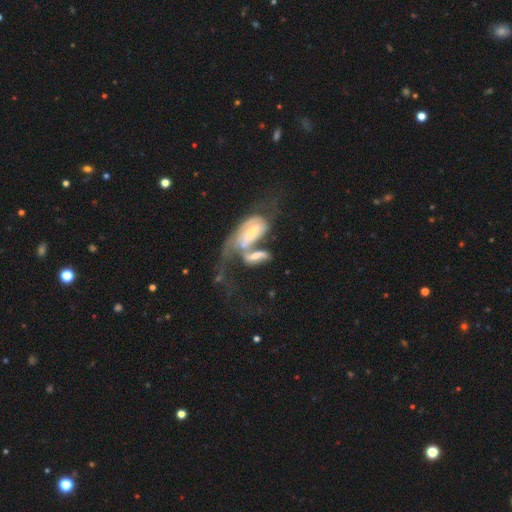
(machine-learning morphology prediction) Smooth or featured? Predicted: featured or disk (p=0.59). Edge-on disk? Predicted: no (p=0.86). Bar? Predicted: no (p=0.56). Spiral arms? Predicted: yes (p=0.69). Bulge size? Predicted: small (p=0.51). Merging? Predicted: merger (p=0.68).